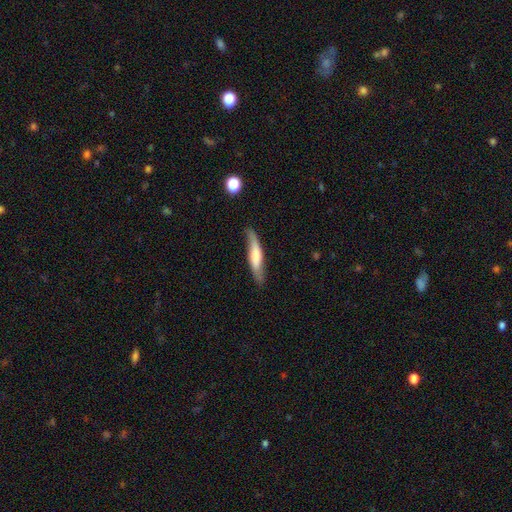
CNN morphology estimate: A smooth galaxy with no disk features (52%) that is cigar-shaped (85%).

Vote fractions:
- Smooth or featured? smooth: 52% / featured or disk: 43% / star or artifact: 5%
- How rounded? cigar-shaped: 85% / in between: 14% / round: 2%
- Merging? none: 72% / minor disturbance: 21% / major disturbance: 5% / merger: 2%